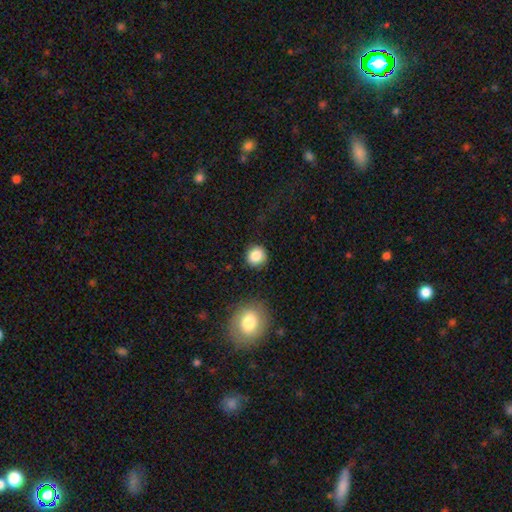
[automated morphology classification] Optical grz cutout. It shows a smooth galaxy with no disk features (86%) that is round (90%). Merging: none (85%).